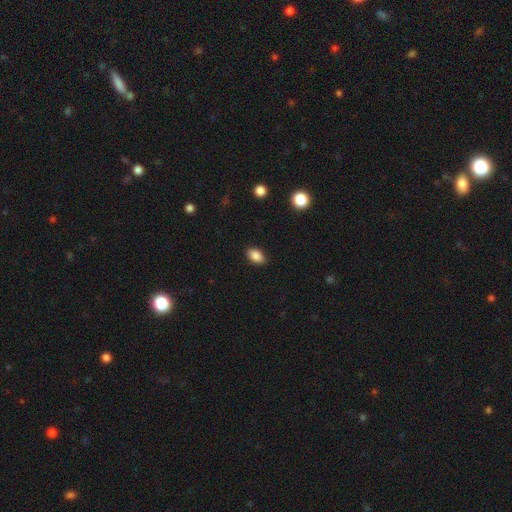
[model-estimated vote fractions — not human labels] A smooth galaxy with no disk features (87%) that is in between round and cigar-shaped (89%).

Vote fractions:
- Smooth or featured? smooth: 87% / star or artifact: 9% / featured or disk: 5%
- How rounded? in between: 89% / round: 9% / cigar-shaped: 2%
- Merging? none: 88% / minor disturbance: 9% / major disturbance: 2% / merger: 1%